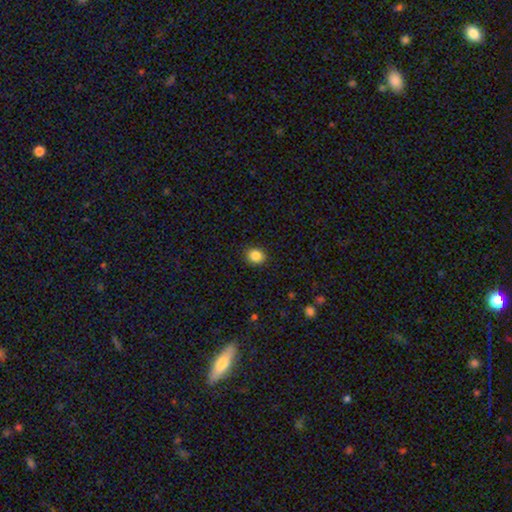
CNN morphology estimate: type=smooth (85%); roundness=round (74%); merging=none (90%).